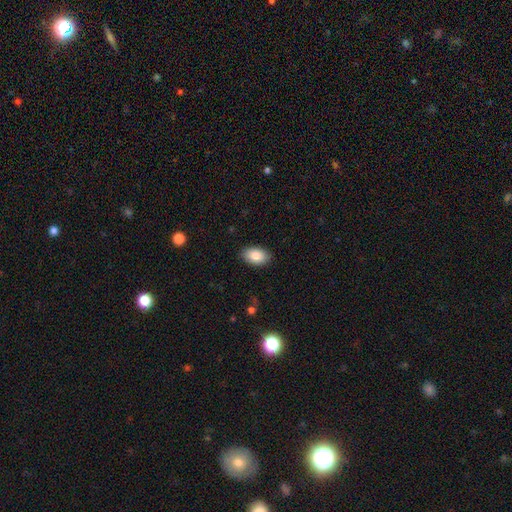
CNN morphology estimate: This appears to be a smooth galaxy with no disk features (88%) that is in between round and cigar-shaped (93%). Merging: none (88%).